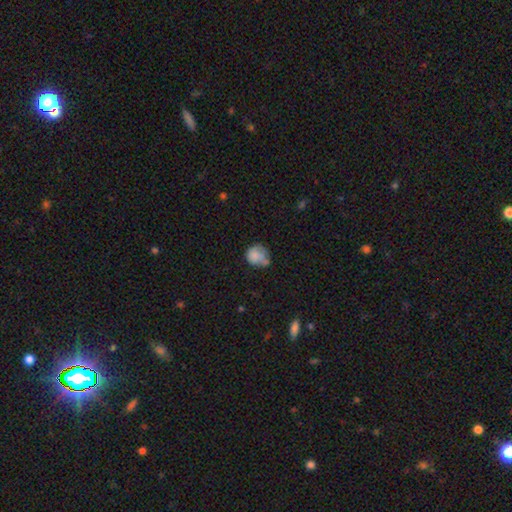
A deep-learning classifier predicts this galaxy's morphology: The model was most divided on "merging": none: 44%, minor disturbance: 33%, merger: 12%, major disturbance: 11%. More confident: how rounded — round (79%); smooth or featured — smooth (78%).